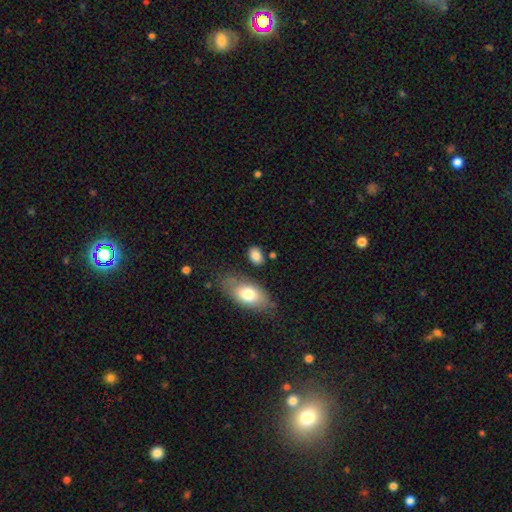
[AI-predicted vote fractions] smooth-or-featured: smooth: 83% | featured or disk: 9% | star or artifact: 8%
  how-rounded: in between: 84% | round: 13% | cigar-shaped: 3%
  merging: none: 75% | minor disturbance: 14% | merger: 7% | major disturbance: 4%